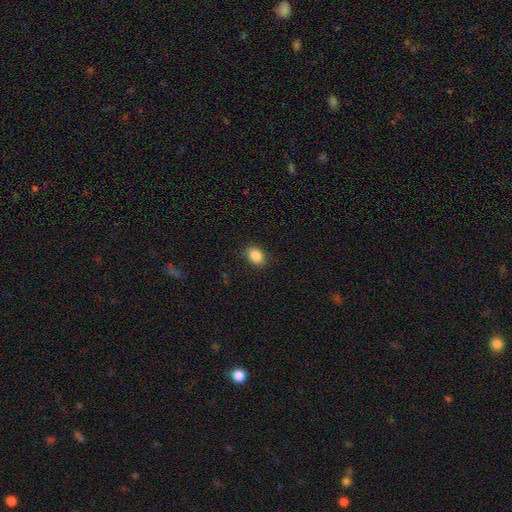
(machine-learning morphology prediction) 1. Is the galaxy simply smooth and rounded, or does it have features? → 87% smooth, 9% star or artifact, 4% featured or disk.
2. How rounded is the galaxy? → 70% in between, 29% round, 1% cigar-shaped.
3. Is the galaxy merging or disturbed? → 87% none, 9% minor disturbance, 2% major disturbance, 1% merger.